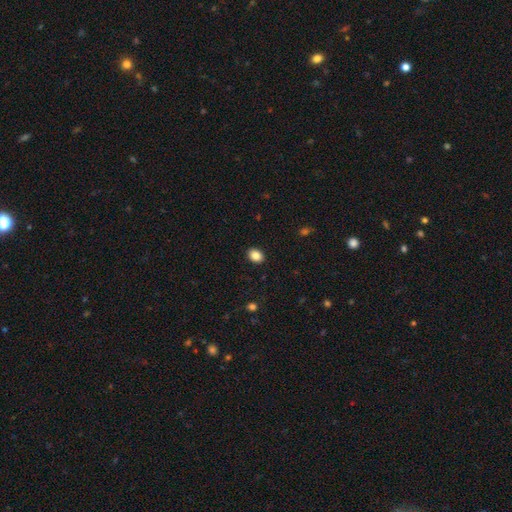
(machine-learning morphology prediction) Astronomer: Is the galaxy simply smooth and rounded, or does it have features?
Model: smooth — 86%.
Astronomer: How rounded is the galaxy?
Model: in between — 65%.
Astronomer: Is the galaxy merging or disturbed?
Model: none — 90%.